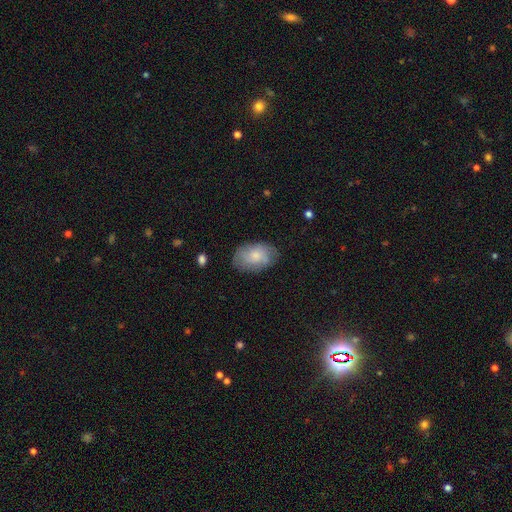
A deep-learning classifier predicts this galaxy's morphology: Smooth or featured? Predicted: smooth (p=0.67). How rounded? Predicted: in between (p=0.88). Merging? Predicted: none (p=0.74).